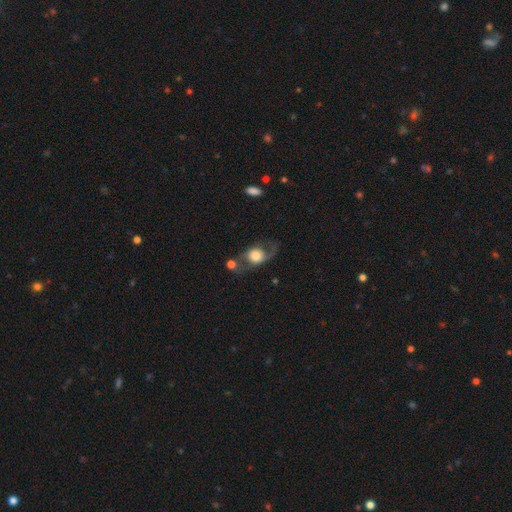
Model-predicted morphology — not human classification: A featured or disk galaxy (51%). Merging: none (44%).